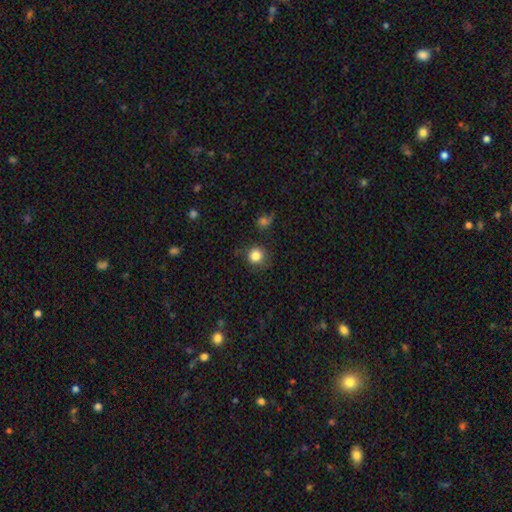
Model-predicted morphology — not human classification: Overall: smooth (84%). How rounded: round (91%). Merging: none (80%).